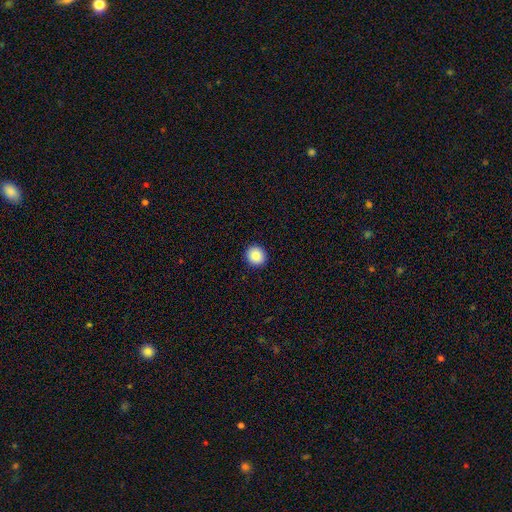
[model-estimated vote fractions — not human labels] Smooth or featured? Predicted: smooth (p=0.87). How rounded? Predicted: round (p=0.86). Merging? Predicted: none (p=0.93).